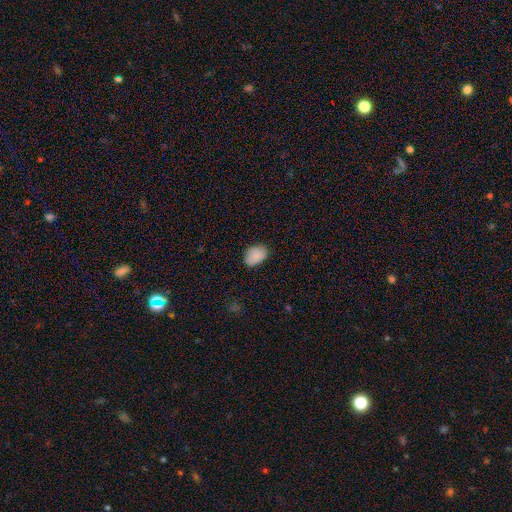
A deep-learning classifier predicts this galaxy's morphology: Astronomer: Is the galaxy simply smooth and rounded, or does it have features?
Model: smooth — 88%.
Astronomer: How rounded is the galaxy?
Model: in between — 81%.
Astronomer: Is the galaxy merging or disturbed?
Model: none — 81%.